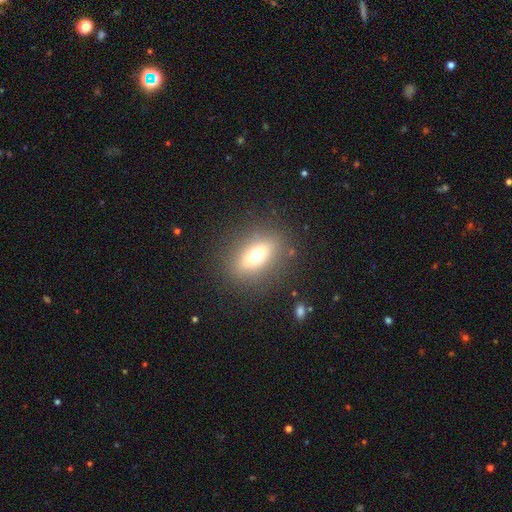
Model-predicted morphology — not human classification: Smooth or featured?
  - smooth: 61% *
  - featured or disk: 25%
  - star or artifact: 14%
How rounded?
  - in between: 63% *
  - round: 27%
  - cigar-shaped: 10%
Merging?
  - none: 85% *
  - minor disturbance: 9%
  - major disturbance: 5%
  - merger: 2%